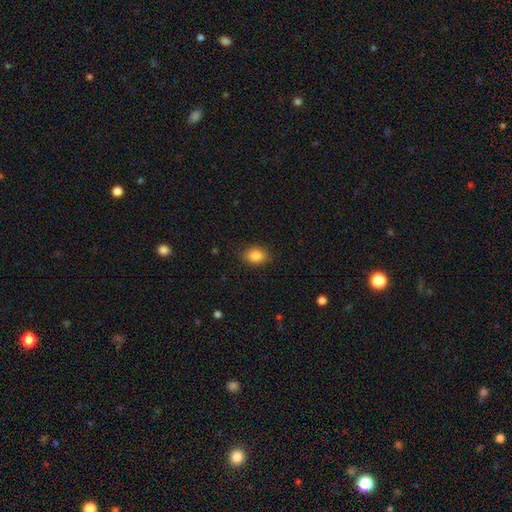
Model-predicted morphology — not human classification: Smooth or featured? smooth (85%)
How rounded? in between (68%)
Merging? none (86%)